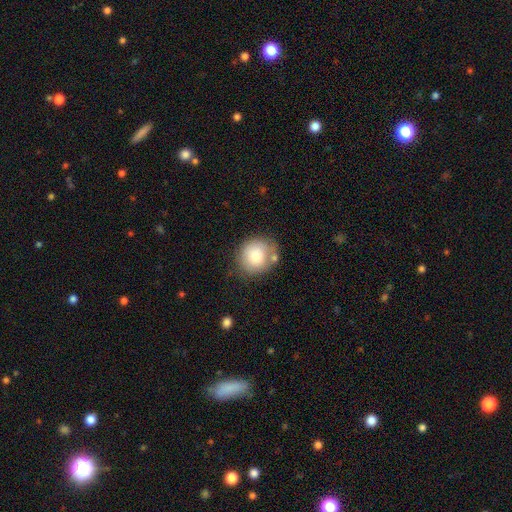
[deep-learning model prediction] Smooth or featured?
  - smooth: 81% *
  - featured or disk: 12%
  - star or artifact: 7%
How rounded?
  - round: 83% *
  - in between: 17%
  - cigar-shaped: 1%
Merging?
  - none: 65% *
  - minor disturbance: 19%
  - merger: 10%
  - major disturbance: 6%